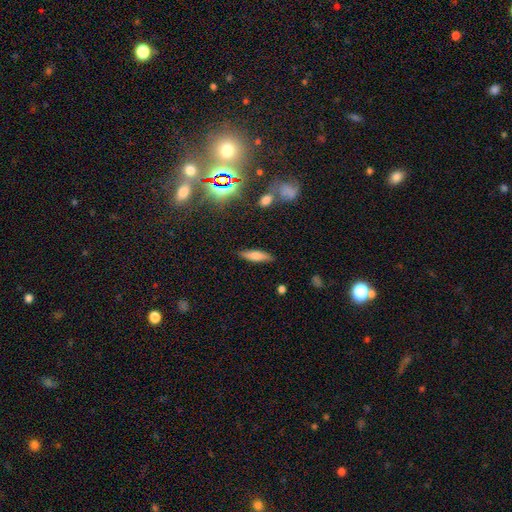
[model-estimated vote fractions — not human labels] Smooth or featured: smooth — 68% (featured or disk — 22%)
How rounded: cigar-shaped — 61% (in between — 37%)
Merging: none — 85% (minor disturbance — 10%)